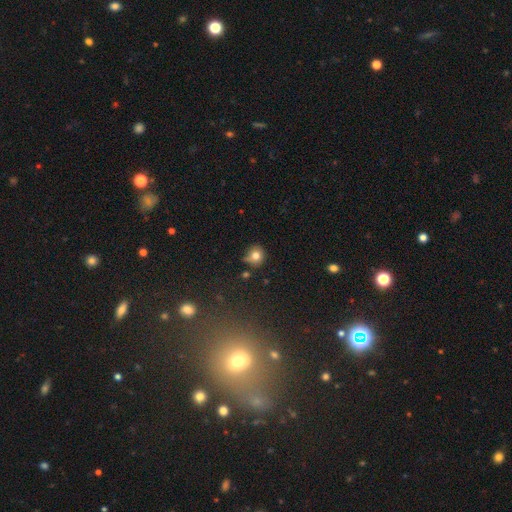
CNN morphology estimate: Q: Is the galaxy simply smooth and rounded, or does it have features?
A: smooth — 78%.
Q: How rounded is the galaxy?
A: round — 85%.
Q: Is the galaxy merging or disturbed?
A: none — 63%.